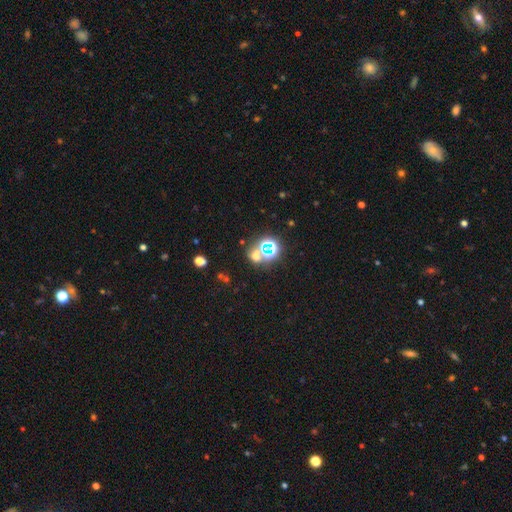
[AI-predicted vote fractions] A star or artifact, not a galaxy (53%).